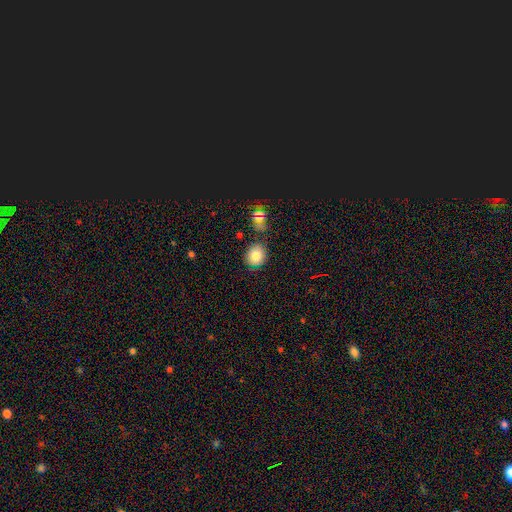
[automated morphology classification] type=smooth (77%); roundness=round (67%); merging=none (79%).